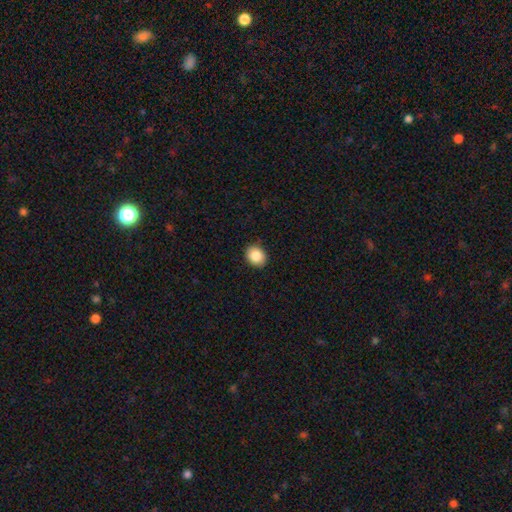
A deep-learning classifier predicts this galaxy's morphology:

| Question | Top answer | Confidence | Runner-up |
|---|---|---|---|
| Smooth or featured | smooth | 86% | star or artifact (8%) |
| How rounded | round | 55% | in between (44%) |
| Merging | none | 90% | minor disturbance (8%) |